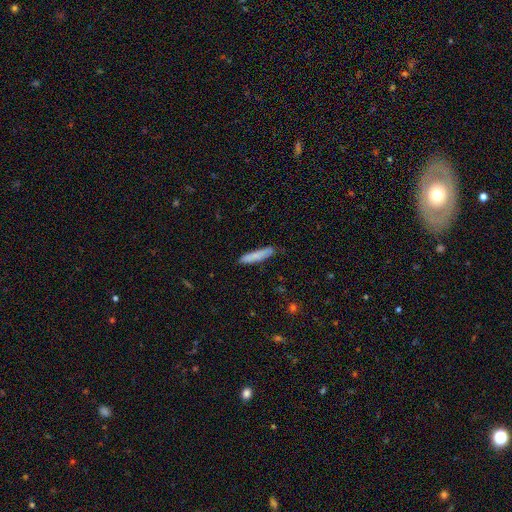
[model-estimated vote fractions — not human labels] Smooth or featured? Predicted: smooth (p=0.81). How rounded? Predicted: cigar-shaped (p=0.89). Merging? Predicted: none (p=0.82).